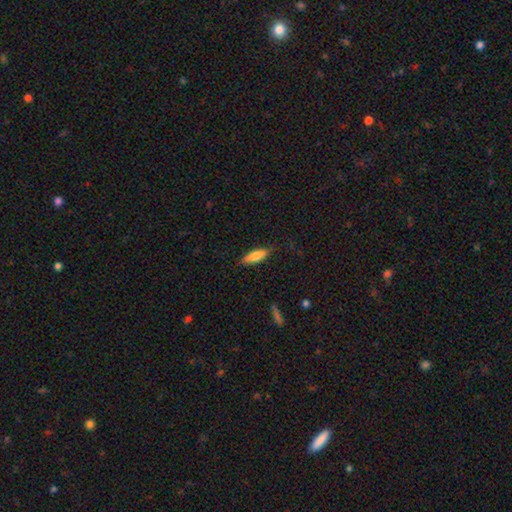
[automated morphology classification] This appears to be a smooth galaxy with no disk features (78%) that is cigar-shaped (50%). Merging: none (82%).